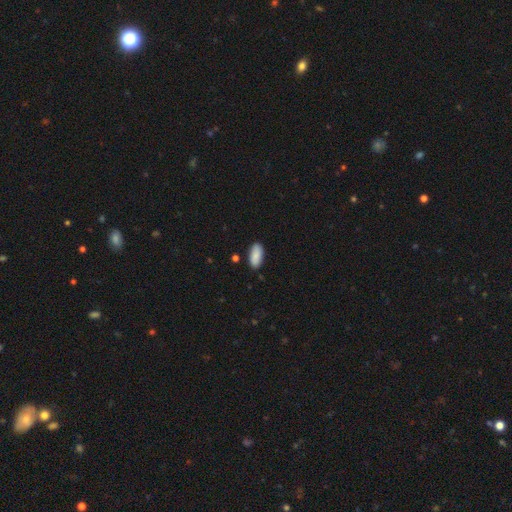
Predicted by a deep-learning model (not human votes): smooth_or_featured: smooth (p=0.87) [alt: featured or disk p=0.07]
how_rounded: in between (p=0.90) [alt: cigar-shaped p=0.08]
merging: none (p=0.86) [alt: minor disturbance p=0.10]